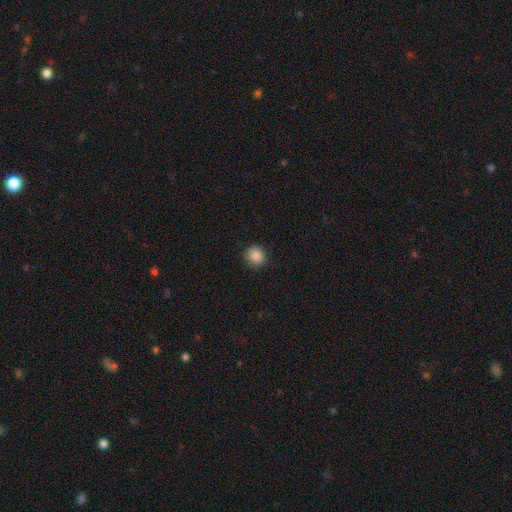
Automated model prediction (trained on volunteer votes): A smooth galaxy with no disk features (87%) that is round (87%). Merging: none (88%).